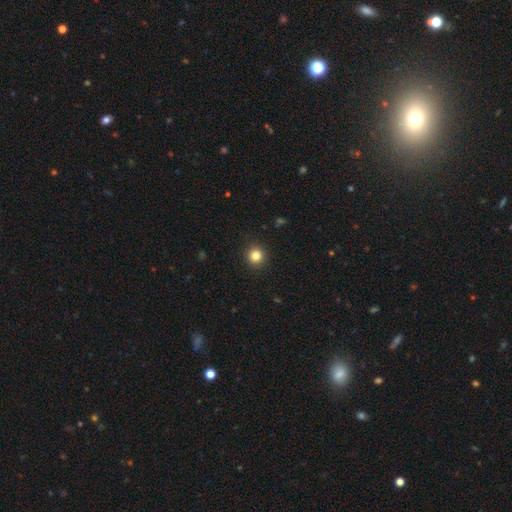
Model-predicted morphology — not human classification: smooth_or_featured: smooth (p=0.83) [alt: star or artifact p=0.12]
how_rounded: round (p=0.93) [alt: in between p=0.06]
merging: none (p=0.92) [alt: minor disturbance p=0.05]